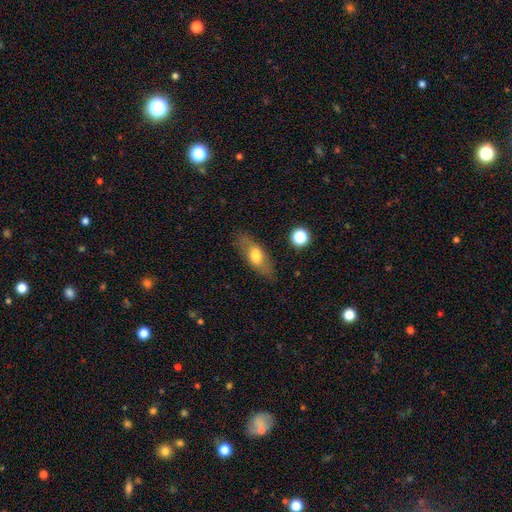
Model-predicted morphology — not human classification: A smooth galaxy with no disk features (60%) that is in between round and cigar-shaped (72%). Merging: none (80%).